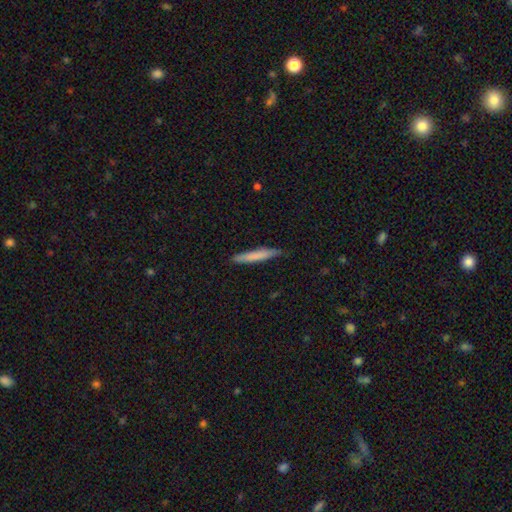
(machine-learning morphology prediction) The model was most divided on "smooth or featured": smooth: 73%, featured or disk: 21%, star or artifact: 6%. More confident: how rounded — cigar-shaped (95%); merging — none (85%).